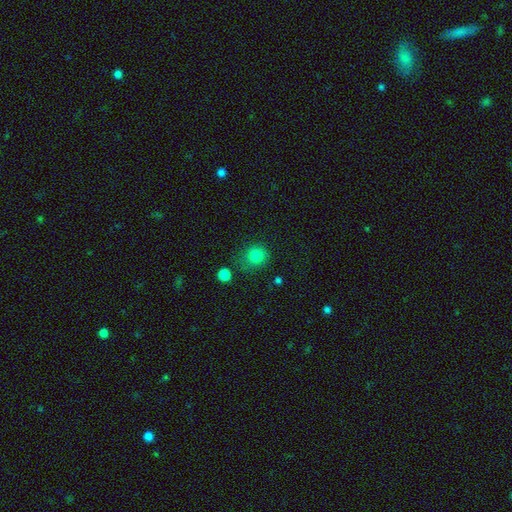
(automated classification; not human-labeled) smooth_or_featured: smooth (p=0.82) [alt: star or artifact p=0.13]
how_rounded: round (p=0.88) [alt: in between p=0.11]
merging: none (p=0.74) [alt: minor disturbance p=0.16]